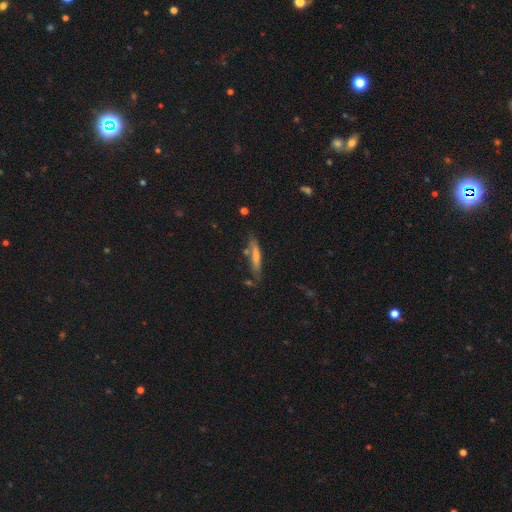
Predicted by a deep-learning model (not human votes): A smooth galaxy with no disk features (54%) that is cigar-shaped (90%).

Vote fractions:
- Smooth or featured? smooth: 54% / featured or disk: 37% / star or artifact: 9%
- How rounded? cigar-shaped: 90% / in between: 8% / round: 2%
- Merging? none: 74% / minor disturbance: 17% / merger: 5% / major disturbance: 4%